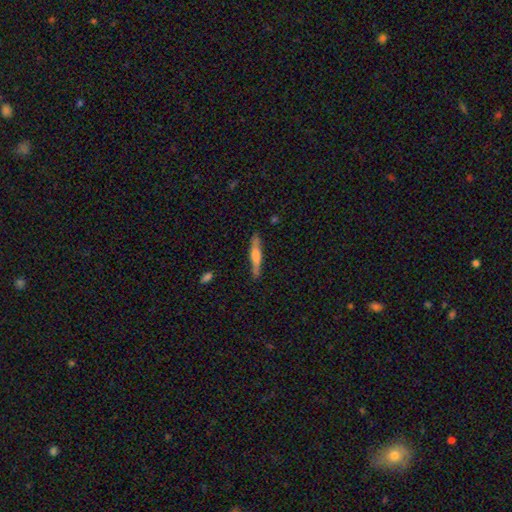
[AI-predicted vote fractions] This appears to be a smooth galaxy with no disk features (54%) that is cigar-shaped (89%). Merging: none (83%).